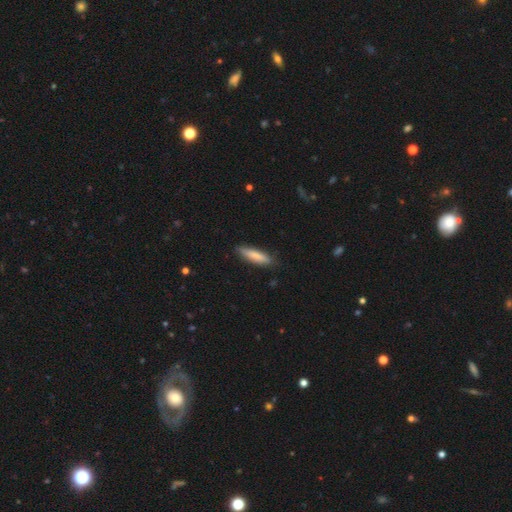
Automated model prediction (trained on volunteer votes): Smooth or featured? Predicted: smooth (p=0.81). How rounded? Predicted: cigar-shaped (p=0.75). Merging? Predicted: none (p=0.84).